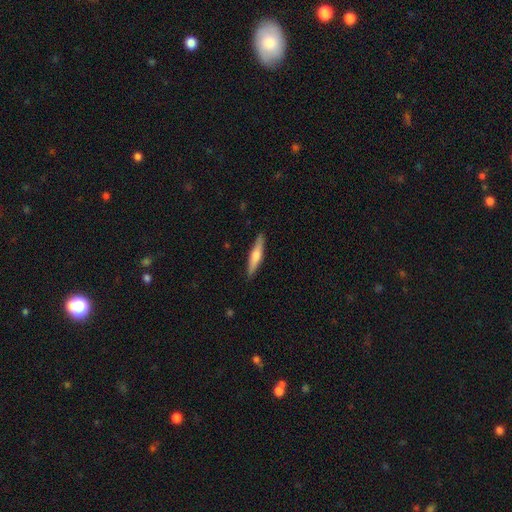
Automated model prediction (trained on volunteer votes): A smooth galaxy with no disk features (52%) that is cigar-shaped (86%). Merging: none (89%).